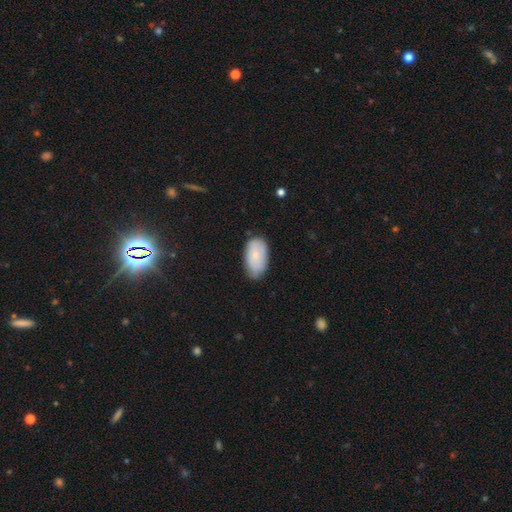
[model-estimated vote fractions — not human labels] Overall: smooth (72%). How rounded: in between (94%). Merging: none (67%).